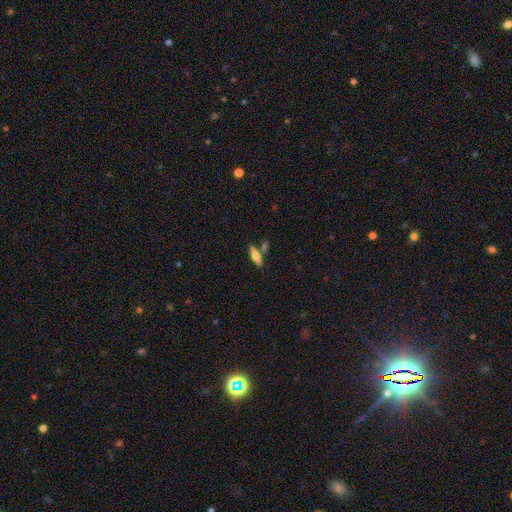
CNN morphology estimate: A smooth galaxy with no disk features (67%) that is in between round and cigar-shaped (52%). Merging: none (69%).